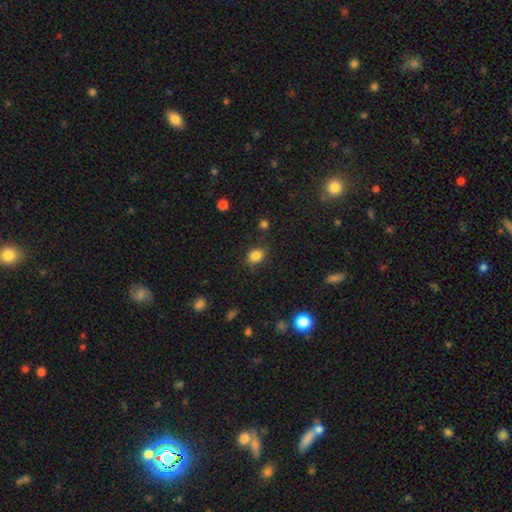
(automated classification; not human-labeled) Morphology: type=smooth (84%); roundness=round (51%); merging=none (78%).